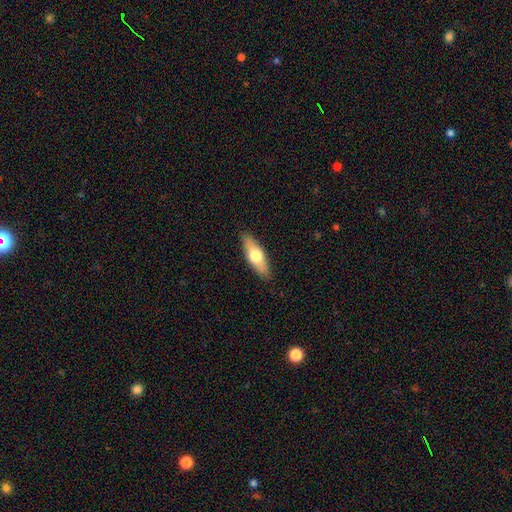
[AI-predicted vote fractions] Smooth or featured? smooth (55%)
How rounded? in between (55%)
Merging? none (88%)